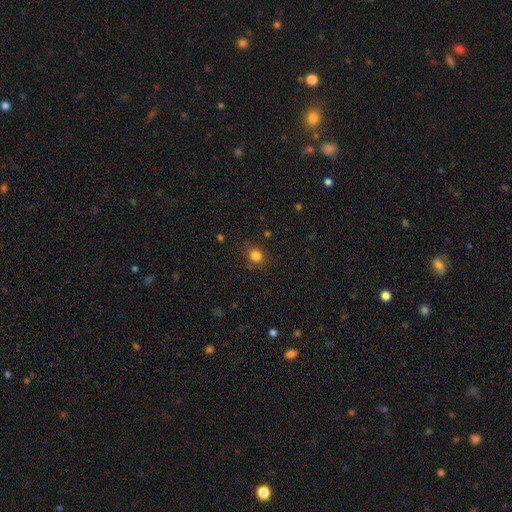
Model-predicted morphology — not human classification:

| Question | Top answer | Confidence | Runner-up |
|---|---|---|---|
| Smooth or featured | smooth | 82% | star or artifact (13%) |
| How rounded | round | 70% | in between (29%) |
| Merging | none | 83% | minor disturbance (13%) |